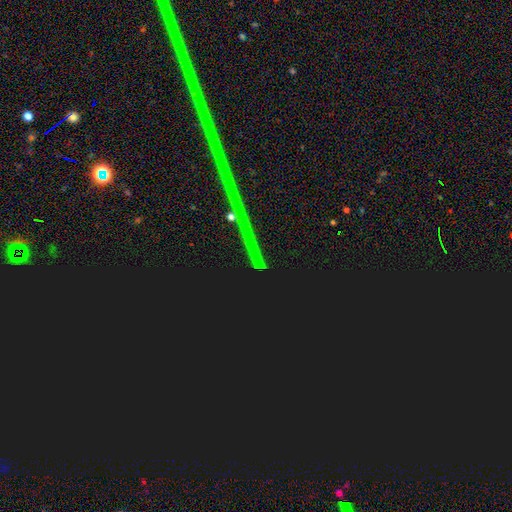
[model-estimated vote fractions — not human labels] This appears to be a star or artifact, not a galaxy (87%).